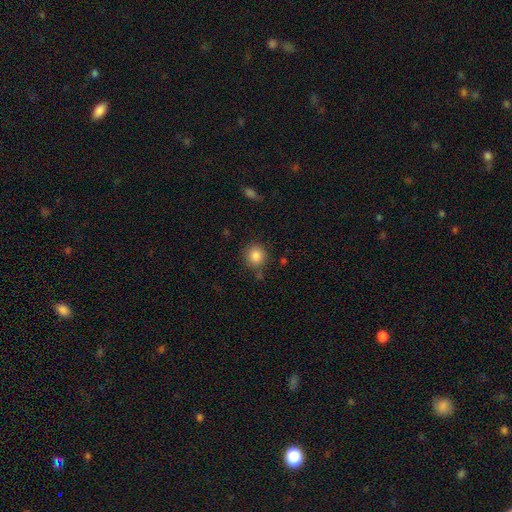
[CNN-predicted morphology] Smooth or featured? smooth (86%)
How rounded? round (89%)
Merging? none (81%)